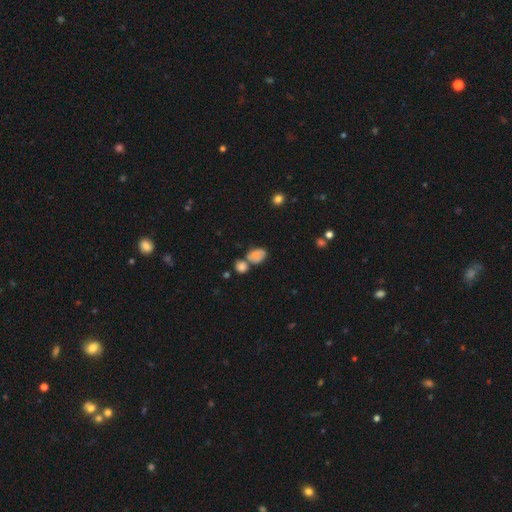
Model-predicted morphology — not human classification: smooth 67%, featured or disk 23%, star or artifact 11%. Down the decision tree: how rounded — in between (66%); merging — none (42%).